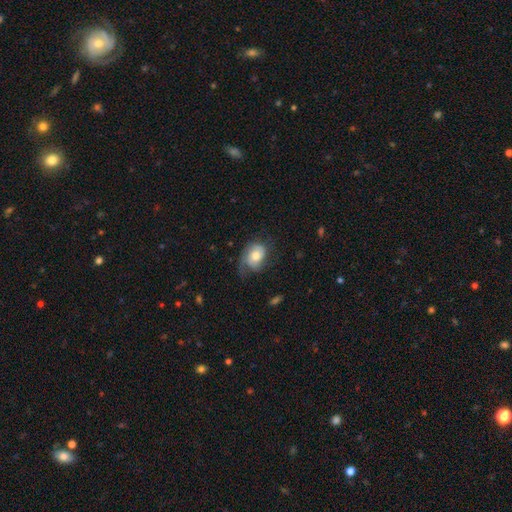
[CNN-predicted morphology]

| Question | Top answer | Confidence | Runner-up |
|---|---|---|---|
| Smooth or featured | smooth | 48% | featured or disk (45%) |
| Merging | none | 43% | minor disturbance (31%) |